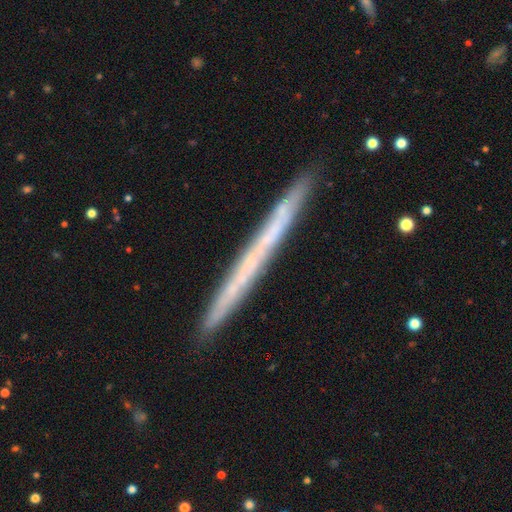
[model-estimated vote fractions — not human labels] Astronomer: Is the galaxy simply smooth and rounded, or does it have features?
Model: featured or disk — 58% (runner-up: smooth, 34%).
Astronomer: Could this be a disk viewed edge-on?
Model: yes — 96%.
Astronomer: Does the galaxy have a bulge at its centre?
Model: none — 92%.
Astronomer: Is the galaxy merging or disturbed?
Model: none — 90%.